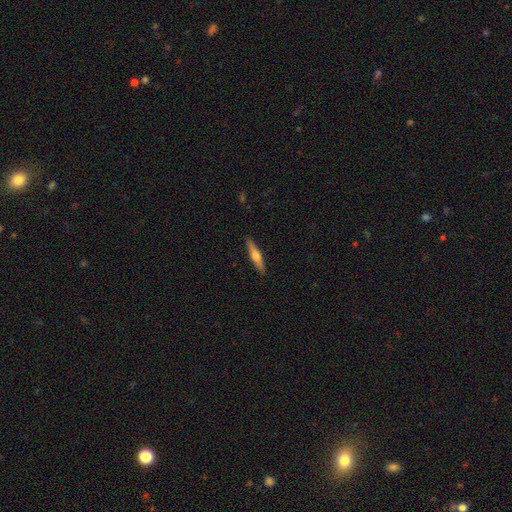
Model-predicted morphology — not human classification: type=featured or disk (53%); edge-on=yes (96%); edge-on bulge=rounded (90%); merging=none (91%).